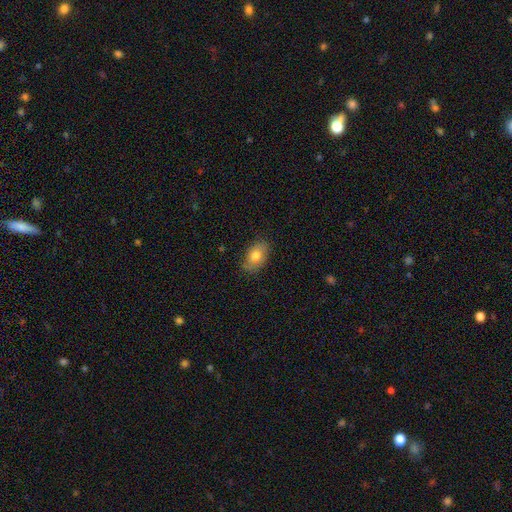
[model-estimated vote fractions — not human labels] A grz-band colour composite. It shows a smooth galaxy with no disk features (76%) that is in between round and cigar-shaped (88%). Merging: none (79%).